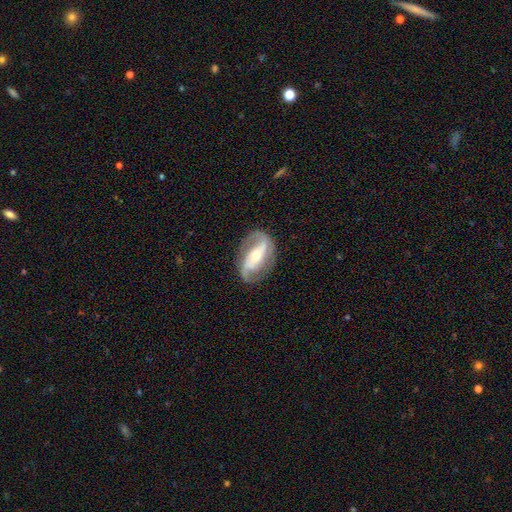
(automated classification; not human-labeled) A featured or disk galaxy (87%) with a strong bar (40%), 2 (90%) medium (42%) spiral arms (95%) and a moderate central bulge (55%).

Vote fractions:
- Smooth or featured? featured or disk: 87% / smooth: 8% / star or artifact: 5%
- Edge-on disk? no: 96% / yes: 4%
- Bar? strong: 40% / no: 31% / weak: 30%
- Spiral arms? yes: 95% / no: 5%
- Spiral winding? medium: 42% / loose: 41% / tight: 17%
- Spiral arm count? 2: 90% / can't tell: 3% / 1: 3% / 3: 2% / 4: 1% / more than 4: 1%
- Bulge size? moderate: 55% / small: 39% / large: 4% / dominant: 1% / none: 1%
- Merging? none: 80% / minor disturbance: 13% / major disturbance: 6% / merger: 1%